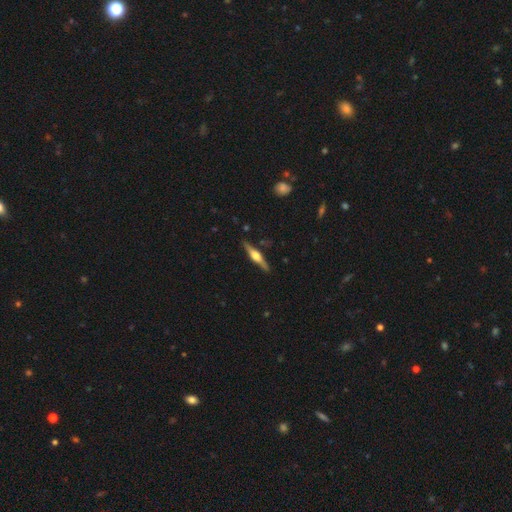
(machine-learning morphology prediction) smooth_or_featured: featured or disk (p=0.76) [alt: smooth p=0.19]
disk_edge_on: yes (p=0.98) [alt: no p=0.02]
edge_on_bulge: rounded (p=0.91) [alt: boxy p=0.07]
merging: none (p=0.90) [alt: minor disturbance p=0.08]